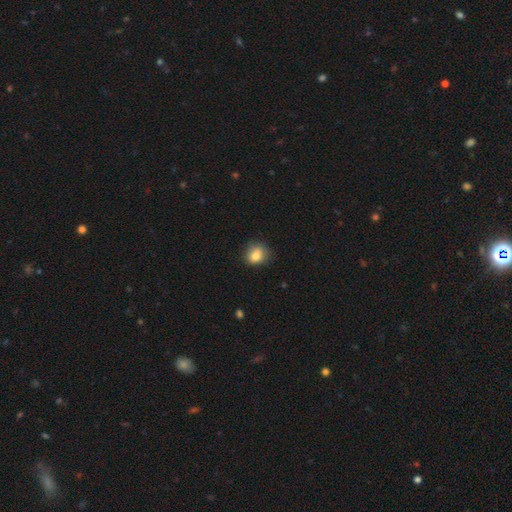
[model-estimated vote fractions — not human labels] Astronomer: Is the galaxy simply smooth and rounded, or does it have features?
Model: smooth — 81%.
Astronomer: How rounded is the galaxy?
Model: round — 71%.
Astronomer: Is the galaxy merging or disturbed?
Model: none — 70%.